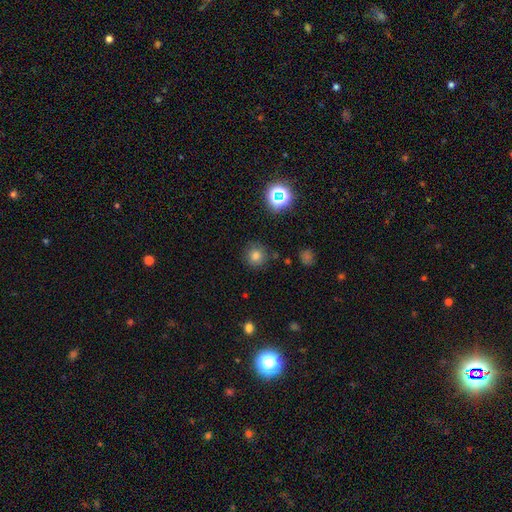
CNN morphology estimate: smooth 75%, star or artifact 17%, featured or disk 8%. Down the decision tree: how rounded — round (93%); merging — none (85%).